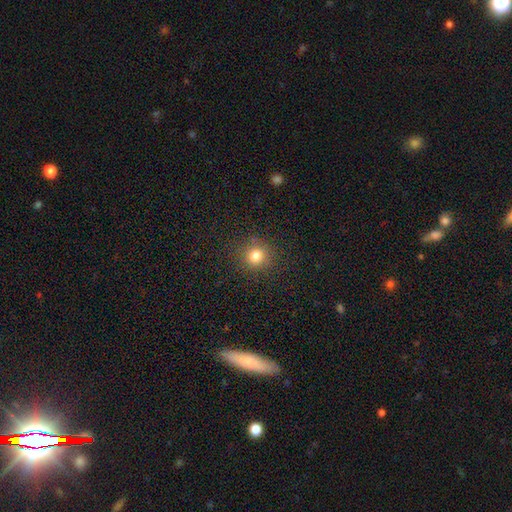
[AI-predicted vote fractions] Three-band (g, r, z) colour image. It shows a smooth galaxy with no disk features (79%) that is round (90%). Merging: none (88%).